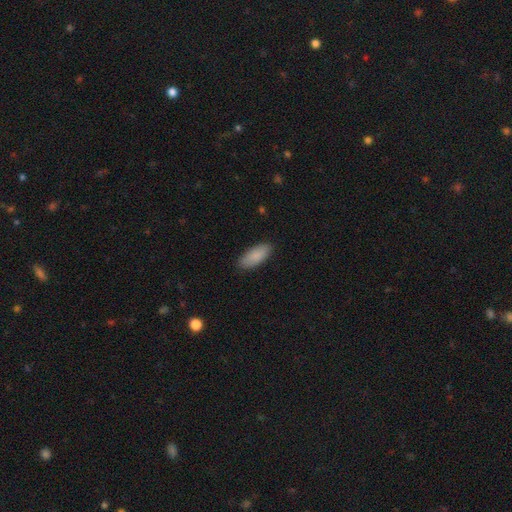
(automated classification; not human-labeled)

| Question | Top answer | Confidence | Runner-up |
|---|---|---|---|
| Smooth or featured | smooth | 88% | featured or disk (6%) |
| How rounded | in between | 85% | cigar-shaped (13%) |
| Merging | none | 87% | minor disturbance (10%) |